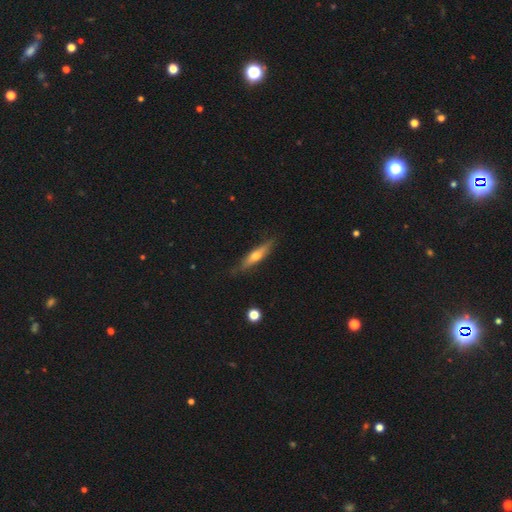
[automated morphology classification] This is possibly a featured or disk galaxy (51%). It is clearly viewed edge-on (91%). Merging: clearly none (82%).